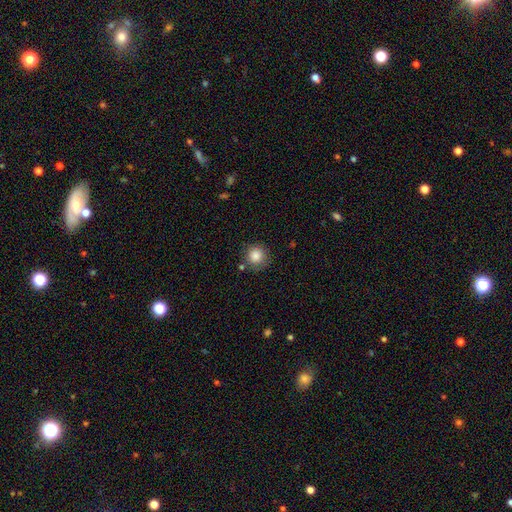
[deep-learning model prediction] The model was most divided on "merging": none: 77%, minor disturbance: 15%, merger: 4%, major disturbance: 4%. More confident: how rounded — round (93%); smooth or featured — smooth (85%).